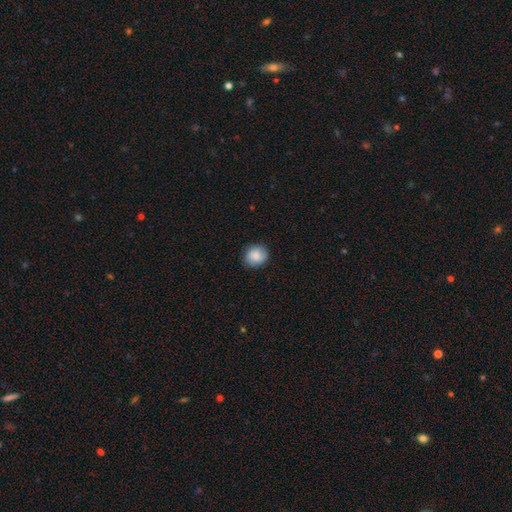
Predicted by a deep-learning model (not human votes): smooth_or_featured: smooth (p=0.82) [alt: featured or disk p=0.10]
how_rounded: round (p=0.78) [alt: in between p=0.21]
merging: none (p=0.86) [alt: minor disturbance p=0.11]